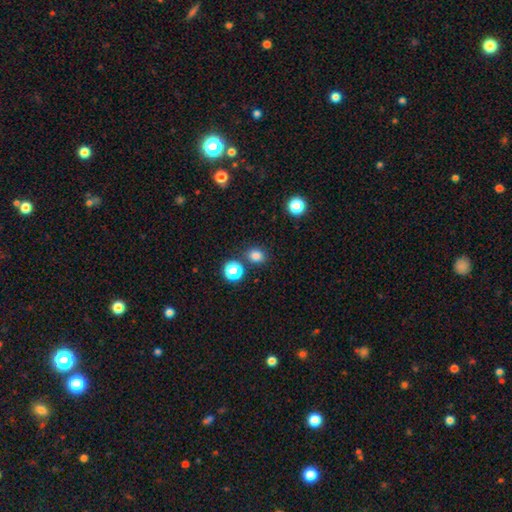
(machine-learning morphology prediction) Q: Smooth or featured?
A: smooth (80%); runner-up: star or artifact (15%)
Q: How rounded?
A: round (70%); runner-up: in between (29%)
Q: Merging?
A: none (81%); runner-up: minor disturbance (8%)